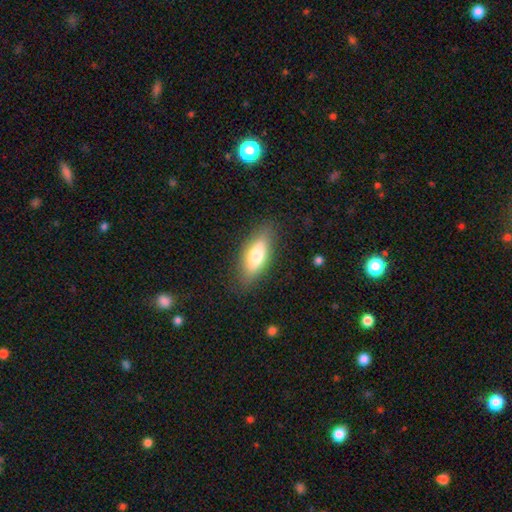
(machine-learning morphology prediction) A smooth galaxy with no disk features (71%) that is in between round and cigar-shaped (73%).

Vote fractions:
- Smooth or featured? smooth: 71% / featured or disk: 23% / star or artifact: 7%
- How rounded? in between: 73% / cigar-shaped: 24% / round: 3%
- Merging? none: 83% / minor disturbance: 13% / major disturbance: 4% / merger: 1%